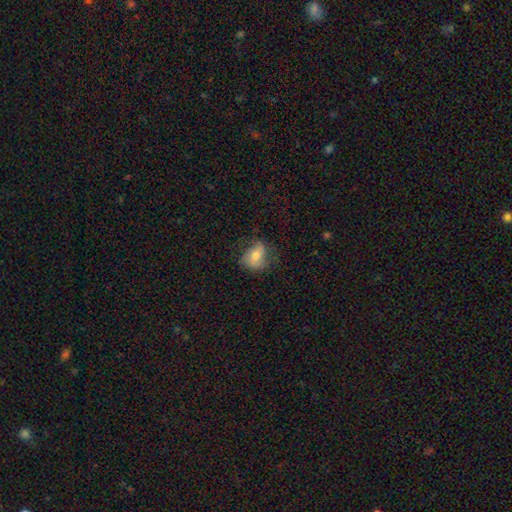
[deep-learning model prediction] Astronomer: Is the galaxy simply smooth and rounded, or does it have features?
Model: smooth — 62%.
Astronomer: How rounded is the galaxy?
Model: in between — 62%.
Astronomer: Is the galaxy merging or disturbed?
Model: none — 63%.